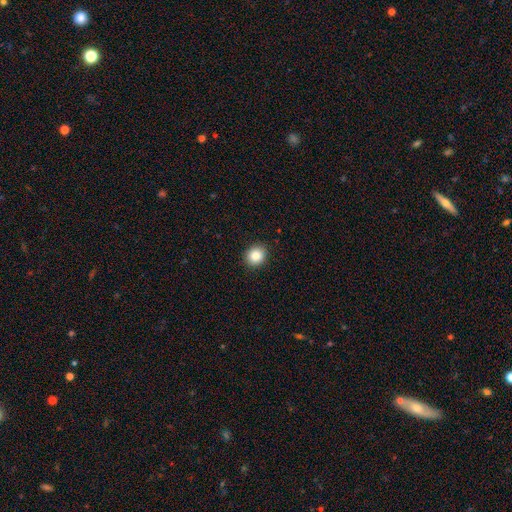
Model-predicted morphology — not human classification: Smooth or featured?
  - smooth: 87% *
  - star or artifact: 9%
  - featured or disk: 4%
How rounded?
  - round: 78% *
  - in between: 21%
  - cigar-shaped: 1%
Merging?
  - none: 91% *
  - minor disturbance: 6%
  - major disturbance: 2%
  - merger: 1%